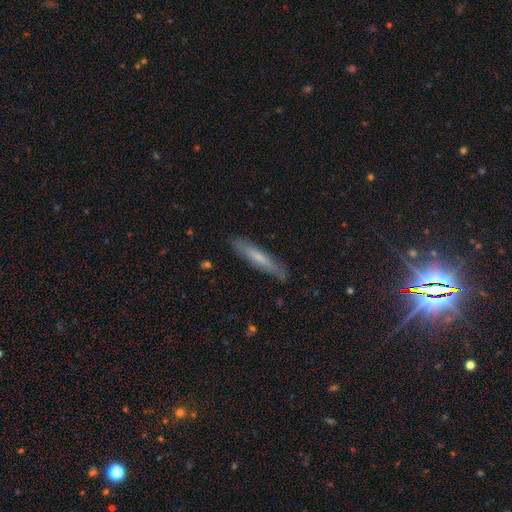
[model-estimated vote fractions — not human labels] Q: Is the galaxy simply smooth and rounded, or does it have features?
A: smooth — 52%.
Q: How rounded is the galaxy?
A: cigar-shaped — 91%.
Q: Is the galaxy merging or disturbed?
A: none — 85%.